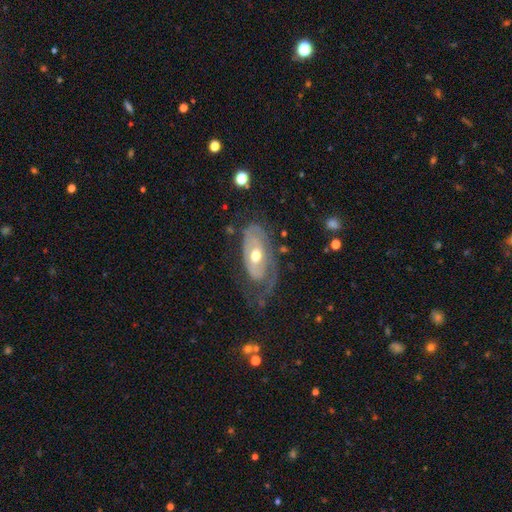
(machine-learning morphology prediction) A featured or disk galaxy (74%) with no bar (67%), 1 (34%) tight (54%) spiral arms (75%) and a moderate central bulge (74%).

Vote fractions:
- Smooth or featured? featured or disk: 74% / smooth: 21% / star or artifact: 5%
- Edge-on disk? no: 92% / yes: 8%
- Bar? no: 67% / weak: 26% / strong: 8%
- Spiral arms? yes: 75% / no: 25%
- Spiral winding? tight: 54% / medium: 30% / loose: 16%
- Spiral arm count? 1: 34% / can't tell: 32% / 2: 28% / 3: 3% / 4: 2% / more than 4: 2%
- Bulge size? moderate: 74% / small: 17% / large: 7% / dominant: 1% / none: 1%
- Merging? none: 44% / major disturbance: 29% / minor disturbance: 24% / merger: 2%